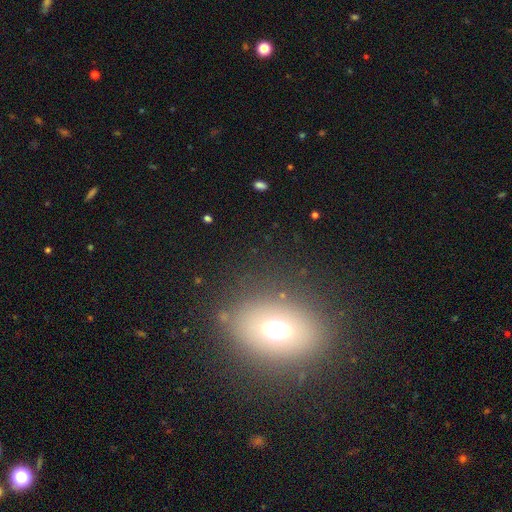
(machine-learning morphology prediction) Smooth or featured?
  - smooth: 54% *
  - featured or disk: 23%
  - star or artifact: 23%
How rounded?
  - in between: 59% *
  - round: 38%
  - cigar-shaped: 2%
Merging?
  - none: 85% *
  - minor disturbance: 9%
  - major disturbance: 4%
  - merger: 2%